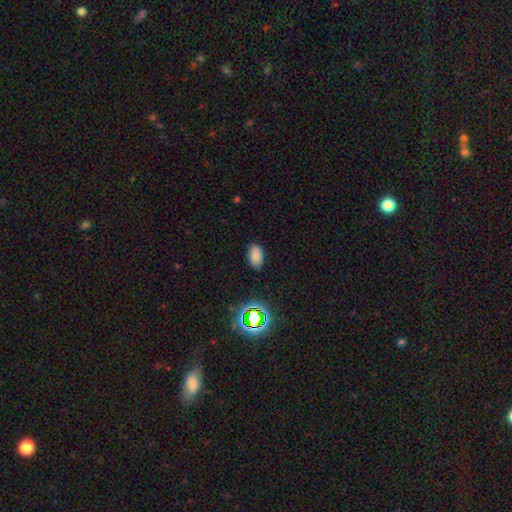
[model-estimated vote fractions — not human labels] smooth 78%, star or artifact 16%, featured or disk 6%. Down the decision tree: how rounded — in between (92%); merging — none (84%).